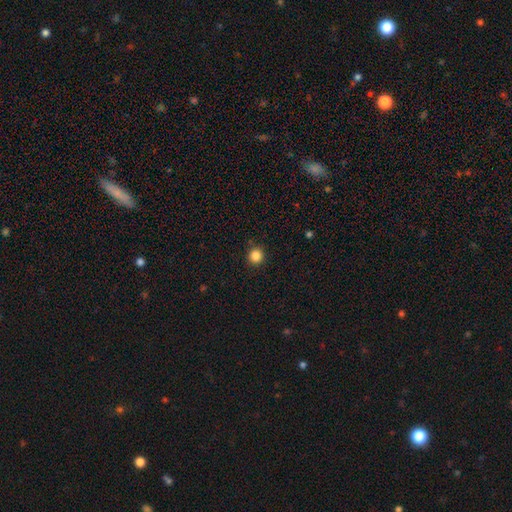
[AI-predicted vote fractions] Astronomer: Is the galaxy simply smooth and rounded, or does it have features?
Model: smooth — 85%.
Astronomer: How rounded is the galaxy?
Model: round — 94%.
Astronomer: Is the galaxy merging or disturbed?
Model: none — 91%.